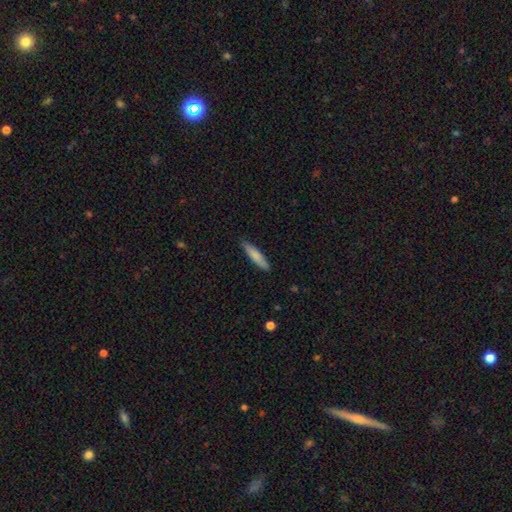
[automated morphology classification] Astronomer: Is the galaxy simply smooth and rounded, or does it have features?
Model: smooth — 81%.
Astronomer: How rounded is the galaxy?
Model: cigar-shaped — 83%.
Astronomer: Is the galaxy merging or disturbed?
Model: none — 87%.